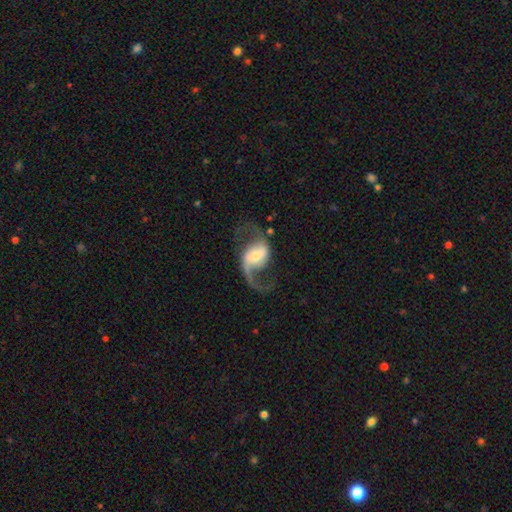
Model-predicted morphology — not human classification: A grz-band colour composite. It shows a featured or disk galaxy (88%) with a weak bar (38%), 2 (91%) loose (70%) spiral arms (96%) and a small central bulge (46%). Merging: none (70%).